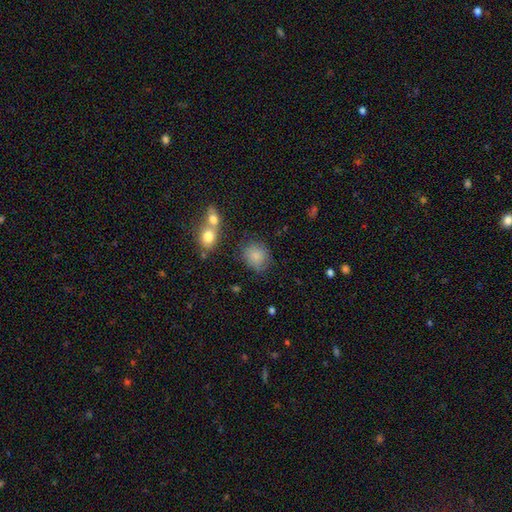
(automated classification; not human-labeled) Morphology: type=smooth (82%); roundness=round (68%); merging=none (70%).